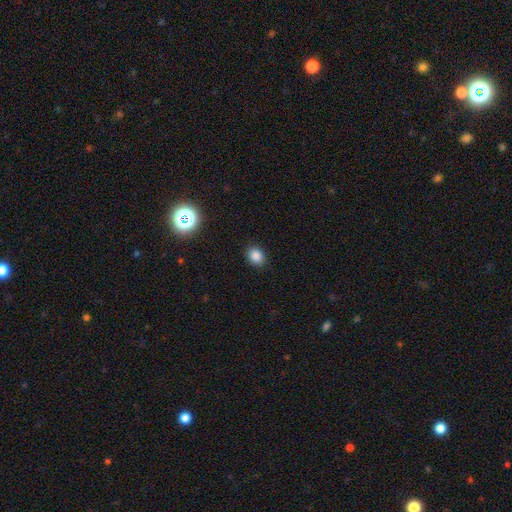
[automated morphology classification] Smooth or featured? smooth (85%)
How rounded? in between (50%)
Merging? none (88%)